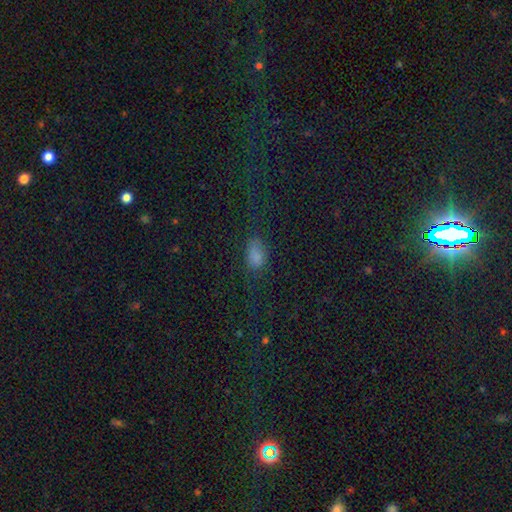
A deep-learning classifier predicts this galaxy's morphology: Q: Smooth or featured?
A: smooth (75%); runner-up: star or artifact (18%)
Q: How rounded?
A: in between (87%); runner-up: round (10%)
Q: Merging?
A: none (61%); runner-up: minor disturbance (23%)